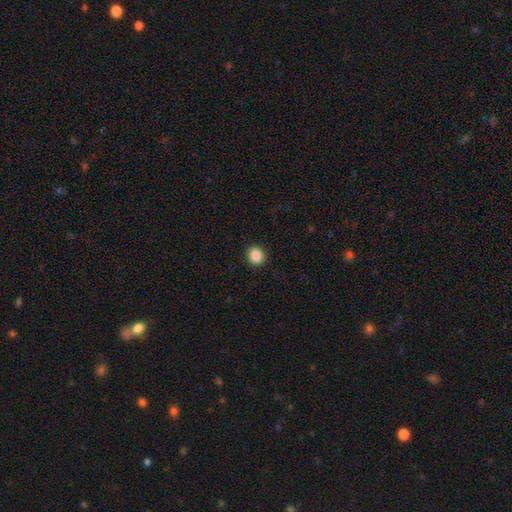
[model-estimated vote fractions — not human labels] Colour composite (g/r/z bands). It shows a smooth galaxy with no disk features (87%) that is round (77%). Merging: none (91%).